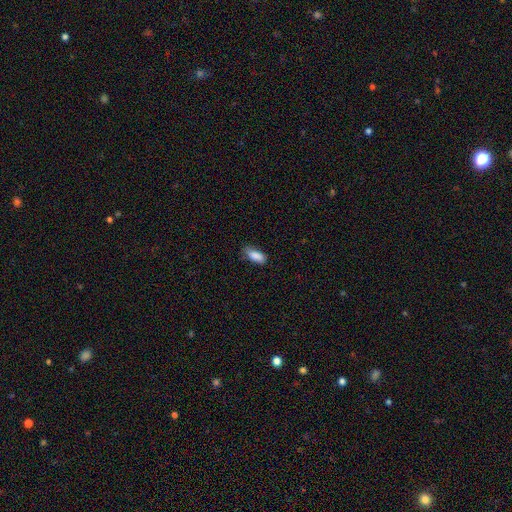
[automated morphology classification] type=smooth (88%); roundness=in between (81%); merging=none (71%).